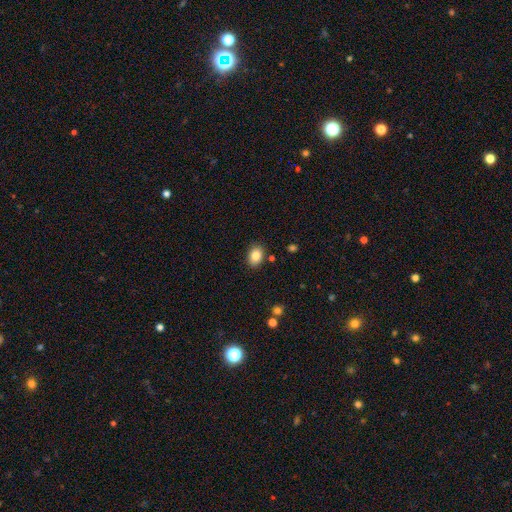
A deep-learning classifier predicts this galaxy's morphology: A smooth galaxy with no disk features (85%) that is in between round and cigar-shaped (75%).

Vote fractions:
- Smooth or featured? smooth: 85% / star or artifact: 8% / featured or disk: 7%
- How rounded? in between: 75% / round: 24% / cigar-shaped: 1%
- Merging? none: 86% / minor disturbance: 10% / merger: 2% / major disturbance: 2%